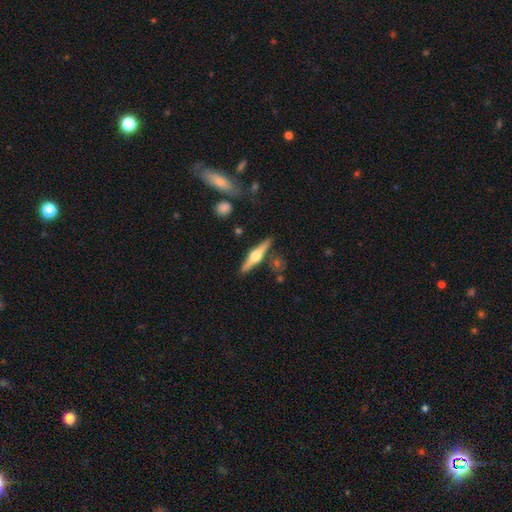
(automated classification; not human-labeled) Smooth or featured? featured or disk (75%)
Edge-on disk? yes (98%)
Edge-on bulge? rounded (95%)
Merging? none (86%)